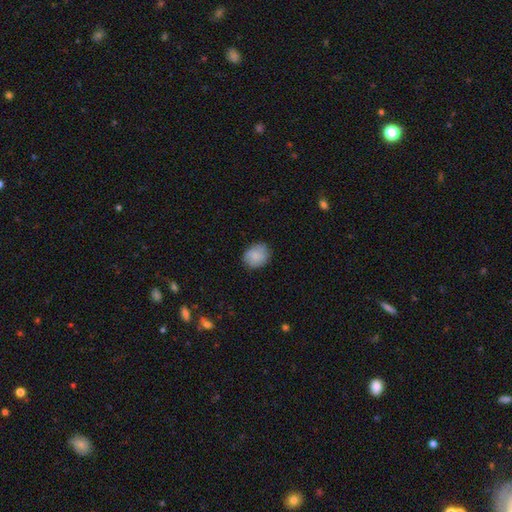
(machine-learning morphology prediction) smooth_or_featured: smooth (p=0.83) [alt: featured or disk p=0.10]
how_rounded: round (p=0.61) [alt: in between p=0.38]
merging: none (p=0.80) [alt: minor disturbance p=0.16]